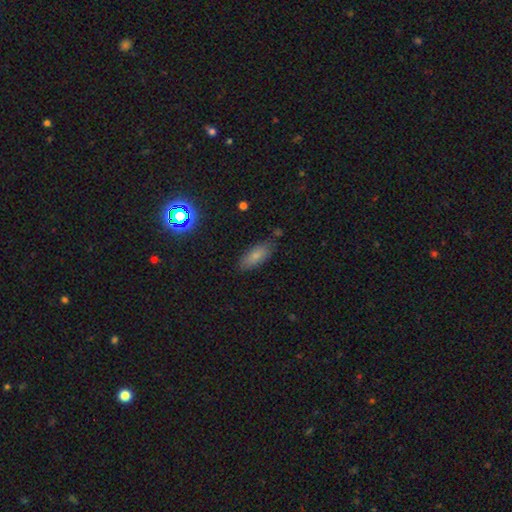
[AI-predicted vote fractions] smooth-or-featured: smooth: 79% | star or artifact: 11% | featured or disk: 10%
  how-rounded: in between: 76% | cigar-shaped: 21% | round: 3%
  merging: none: 79% | minor disturbance: 15% | major disturbance: 3% | merger: 3%